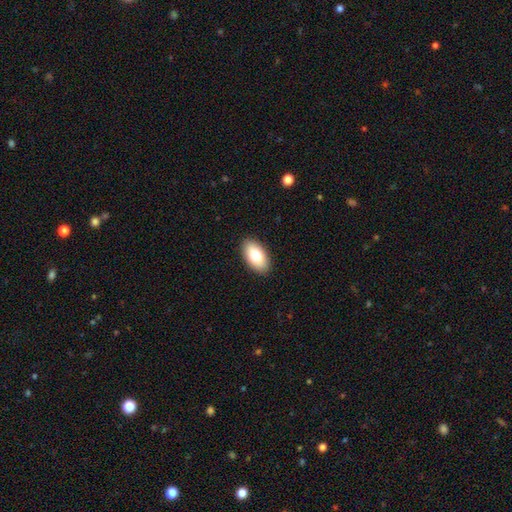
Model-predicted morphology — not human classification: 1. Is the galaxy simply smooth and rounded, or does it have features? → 80% smooth, 13% featured or disk, 6% star or artifact.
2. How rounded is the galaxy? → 95% in between, 3% round, 2% cigar-shaped.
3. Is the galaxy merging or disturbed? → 90% none, 7% minor disturbance, 2% major disturbance, 1% merger.